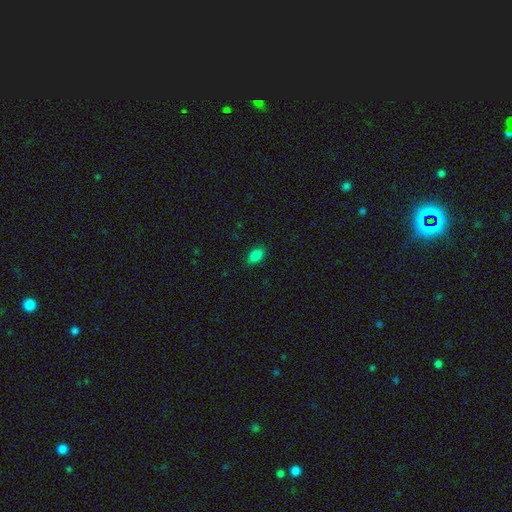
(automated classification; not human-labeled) smooth-or-featured: smooth: 85% | star or artifact: 10% | featured or disk: 5%
  how-rounded: in between: 89% | round: 8% | cigar-shaped: 3%
  merging: none: 87% | minor disturbance: 10% | major disturbance: 2% | merger: 1%